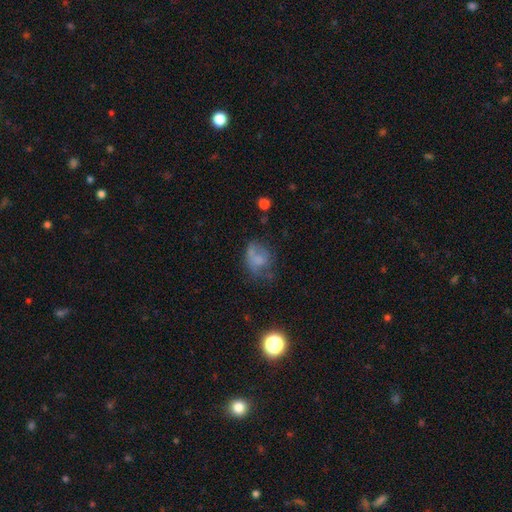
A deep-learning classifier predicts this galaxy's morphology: Smooth or featured: smooth — 53% (featured or disk — 29%)
How rounded: in between — 57% (round — 41%)
Merging: none — 39% (major disturbance — 28%)